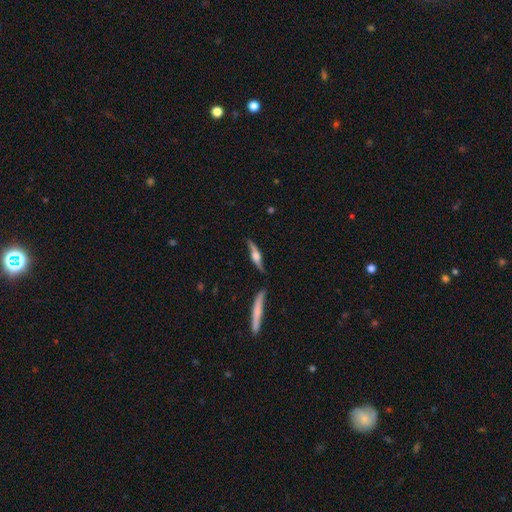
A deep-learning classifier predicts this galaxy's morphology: The model was most divided on "smooth or featured": featured or disk: 74%, smooth: 20%, star or artifact: 6%. More confident: edge-on bulge — rounded (88%); edge-on disk — yes (81%); merging — none (75%).